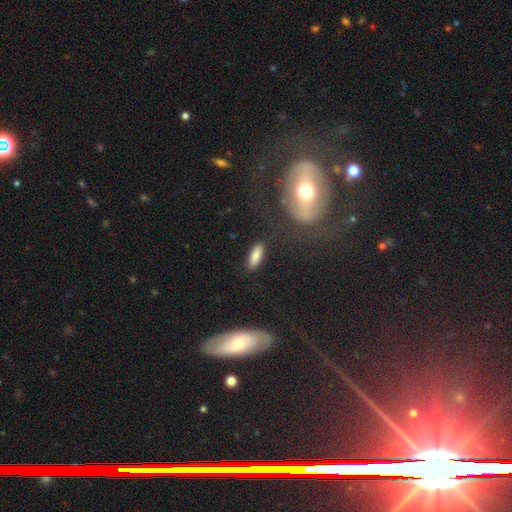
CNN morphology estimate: The model was most divided on "how rounded": in between: 69%, cigar-shaped: 28%, round: 3%. More confident: merging — none (84%); smooth or featured — smooth (83%).